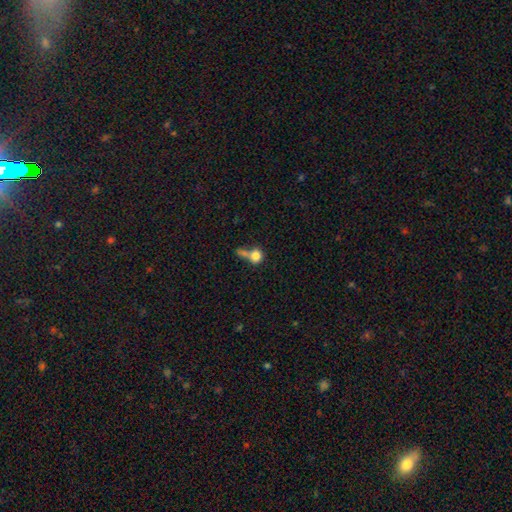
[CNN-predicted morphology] smooth-or-featured: smooth: 77% | featured or disk: 13% | star or artifact: 10%
  how-rounded: round: 72% | in between: 25% | cigar-shaped: 3%
  merging: merger: 45% | none: 29% | major disturbance: 14% | minor disturbance: 12%